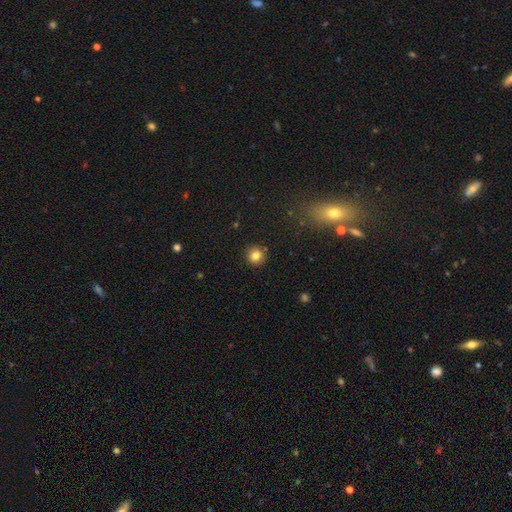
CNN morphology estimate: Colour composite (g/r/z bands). It shows a smooth galaxy with no disk features (82%) that is round (94%). Merging: none (91%).